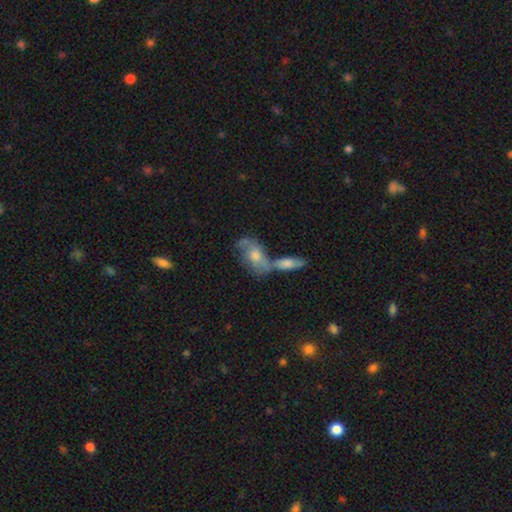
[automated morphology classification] type=featured or disk (53%); edge-on=no (82%); merging=merger (43%).